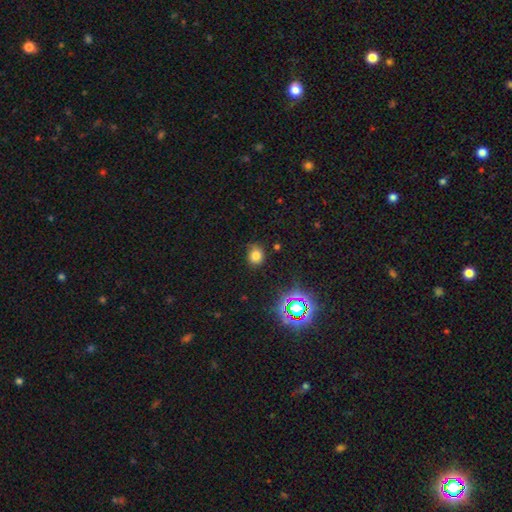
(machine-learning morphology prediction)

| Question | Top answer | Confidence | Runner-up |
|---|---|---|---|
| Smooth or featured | smooth | 76% | star or artifact (18%) |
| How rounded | round | 71% | in between (28%) |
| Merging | none | 77% | minor disturbance (17%) |